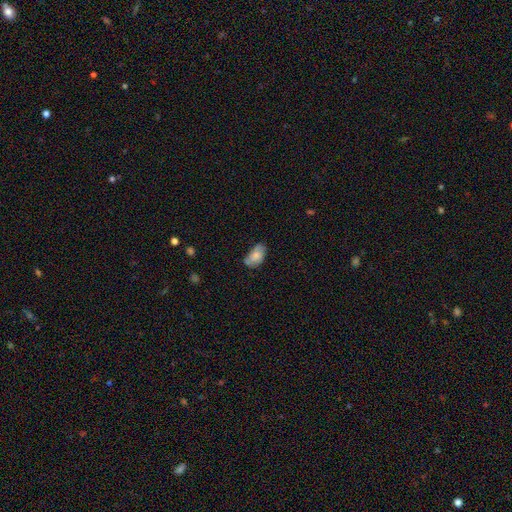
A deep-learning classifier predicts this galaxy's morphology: Q: Smooth or featured?
A: smooth (71%); runner-up: featured or disk (21%)
Q: How rounded?
A: in between (92%); runner-up: round (6%)
Q: Merging?
A: none (50%); runner-up: minor disturbance (35%)